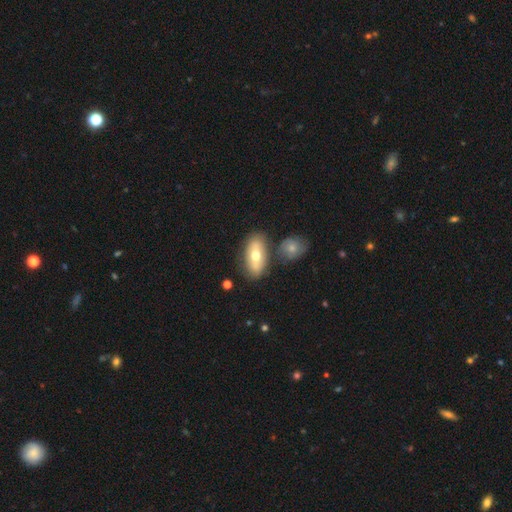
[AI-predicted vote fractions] smooth 61%, featured or disk 33%, star or artifact 6%. Down the decision tree: how rounded — in between (89%); merging — none (71%).